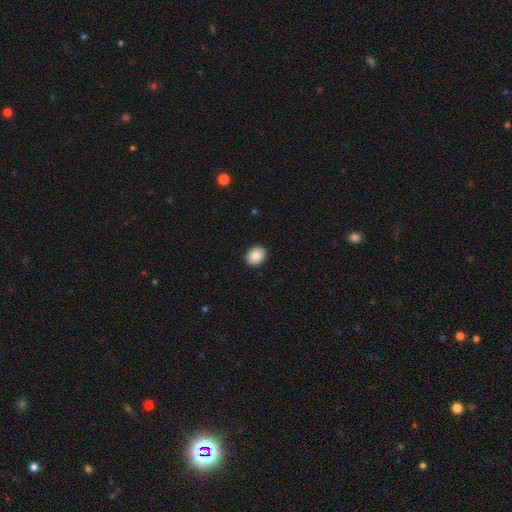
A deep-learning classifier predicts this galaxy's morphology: Overall: smooth (84%). How rounded: round (51%; in between 48%). Merging: none (91%).